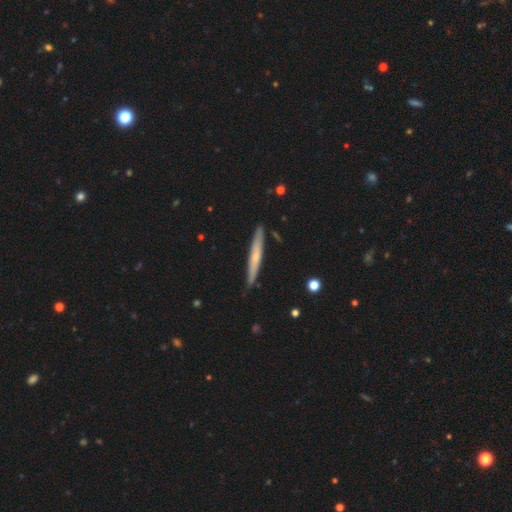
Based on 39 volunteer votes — Smooth or featured? featured or disk (54%)
Edge-on disk? yes (95%)
Edge-on bulge? rounded (65%)
Merging? none (86%)